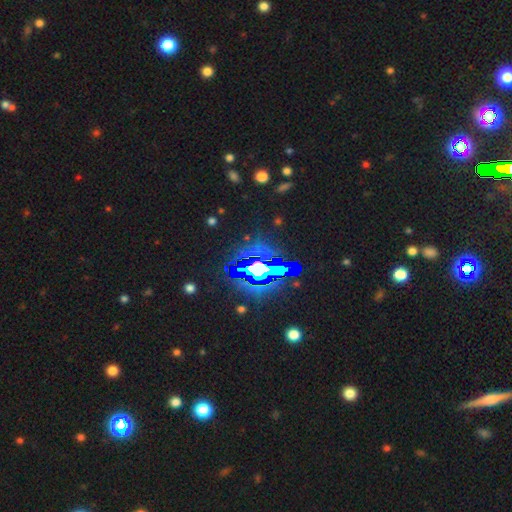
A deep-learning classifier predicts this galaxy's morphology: type=star or artifact (83%).